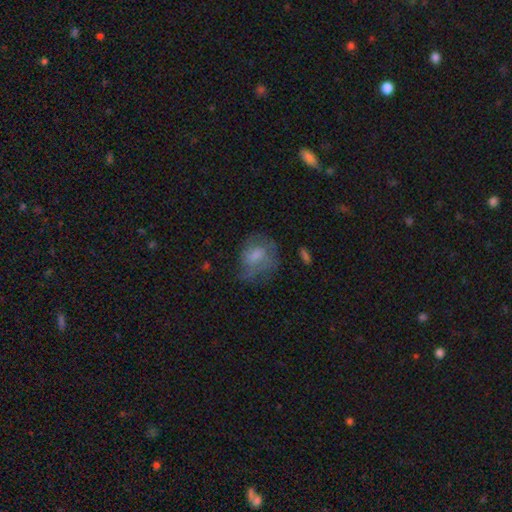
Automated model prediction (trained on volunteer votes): Smooth or featured: smooth — 49% (featured or disk — 39%)
Merging: none — 50% (minor disturbance — 26%)